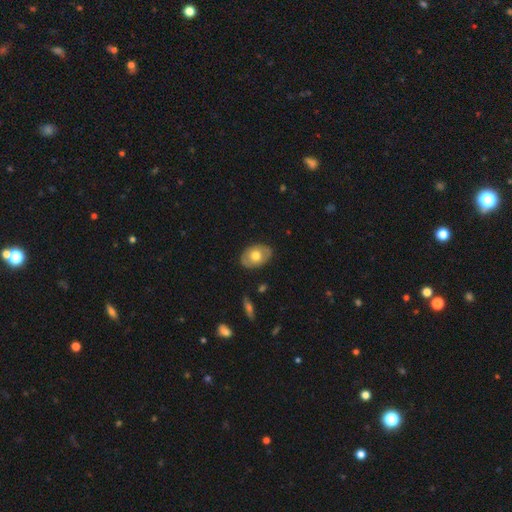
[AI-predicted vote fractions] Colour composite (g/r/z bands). It shows a smooth galaxy with no disk features (63%) that is in between round and cigar-shaped (85%). Merging: none (84%).